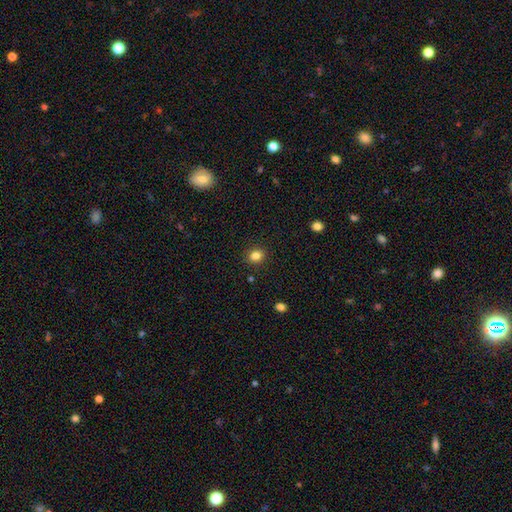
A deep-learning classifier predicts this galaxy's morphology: Smooth or featured? Predicted: smooth (p=0.83). How rounded? Predicted: round (p=0.64). Merging? Predicted: none (p=0.89).